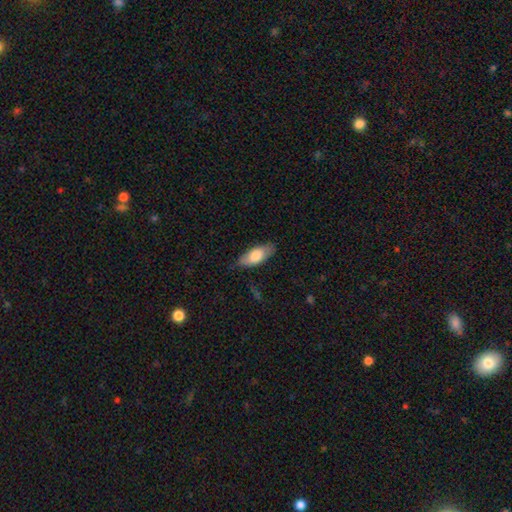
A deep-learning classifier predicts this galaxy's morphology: type=smooth (76%); roundness=in between (80%); merging=none (80%).